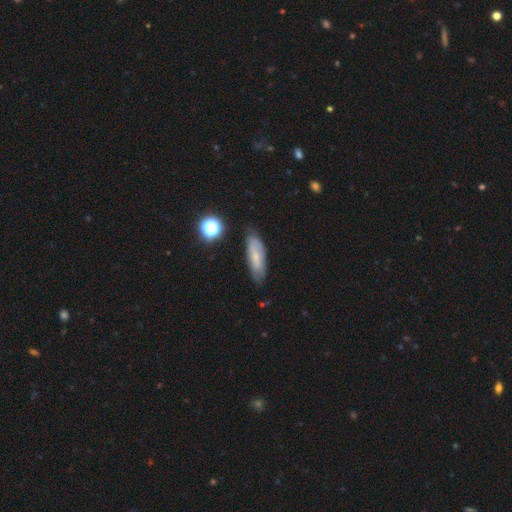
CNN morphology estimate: A smooth galaxy with no disk features (52%) that is in between round and cigar-shaped (57%).

Vote fractions:
- Smooth or featured? smooth: 52% / featured or disk: 38% / star or artifact: 10%
- How rounded? in between: 57% / cigar-shaped: 40% / round: 3%
- Merging? none: 72% / minor disturbance: 20% / major disturbance: 5% / merger: 2%